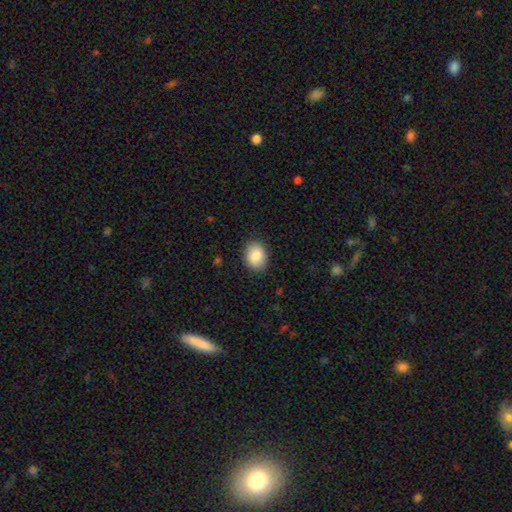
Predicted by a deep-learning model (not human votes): smooth 88%, star or artifact 7%, featured or disk 5%. Down the decision tree: how rounded — in between (63%); merging — none (88%).